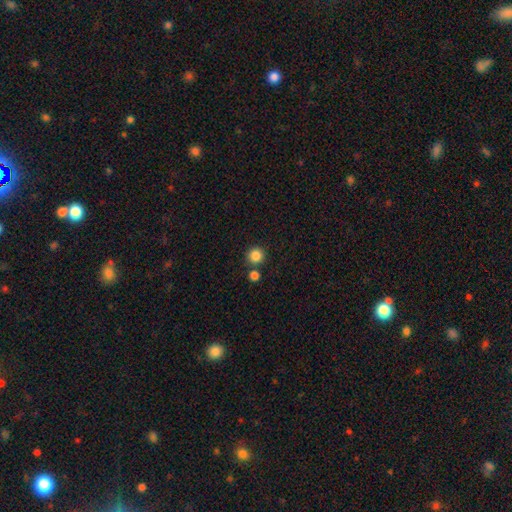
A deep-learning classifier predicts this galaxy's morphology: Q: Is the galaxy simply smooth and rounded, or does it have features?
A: smooth — 85%.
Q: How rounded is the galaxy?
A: round — 94%.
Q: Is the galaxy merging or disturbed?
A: none — 78%.